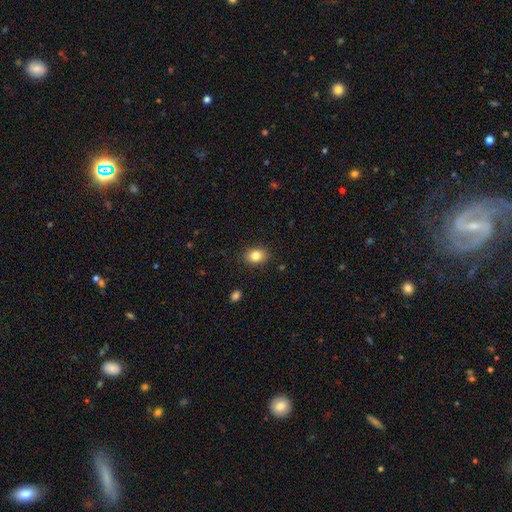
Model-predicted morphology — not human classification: This appears to be a smooth galaxy with no disk features (82%) that is in between round and cigar-shaped (65%). Merging: none (87%).